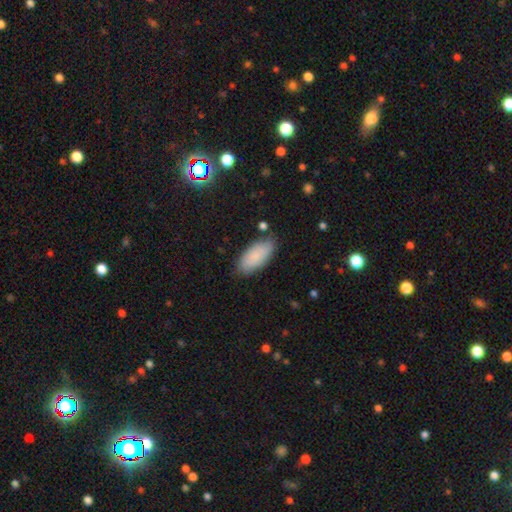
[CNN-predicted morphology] Smooth or featured: smooth — 85% (featured or disk — 8%)
How rounded: in between — 89% (cigar-shaped — 10%)
Merging: none — 81% (minor disturbance — 14%)